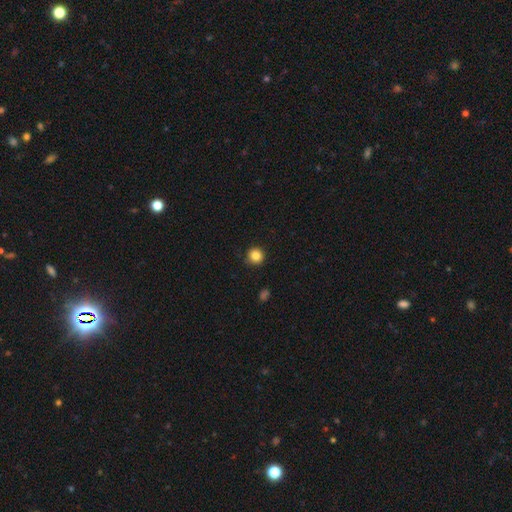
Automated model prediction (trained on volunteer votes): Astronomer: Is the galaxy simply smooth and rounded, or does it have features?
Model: smooth — 84%.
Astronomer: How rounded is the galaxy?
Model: round — 95%.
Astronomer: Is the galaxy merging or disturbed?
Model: none — 90%.